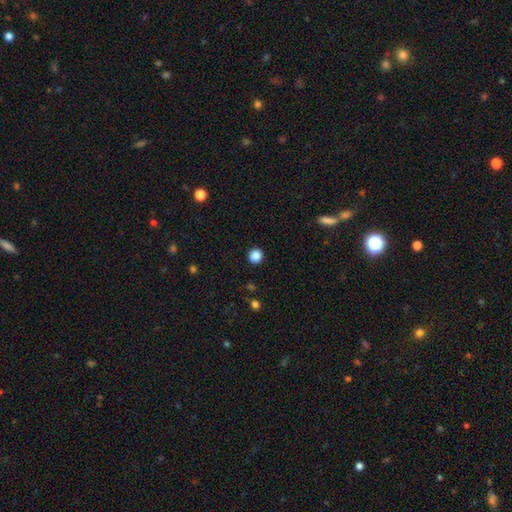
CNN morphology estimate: smooth-or-featured: smooth: 86% | star or artifact: 11% | featured or disk: 3%
  how-rounded: round: 93% | in between: 6% | cigar-shaped: 1%
  merging: none: 91% | minor disturbance: 6% | major disturbance: 2% | merger: 1%